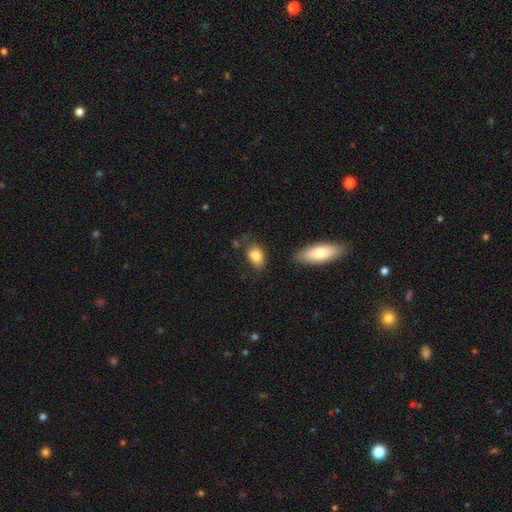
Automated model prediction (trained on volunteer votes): Q: Smooth or featured?
A: smooth (85%); runner-up: star or artifact (8%)
Q: How rounded?
A: in between (83%); runner-up: round (15%)
Q: Merging?
A: none (60%); runner-up: minor disturbance (26%)